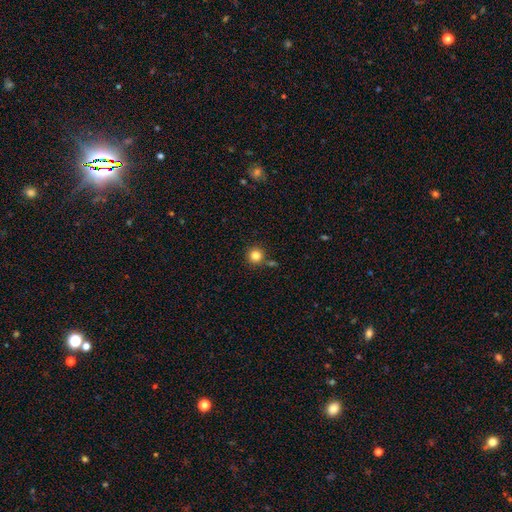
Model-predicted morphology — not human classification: type=smooth (83%); roundness=round (94%); merging=none (82%).